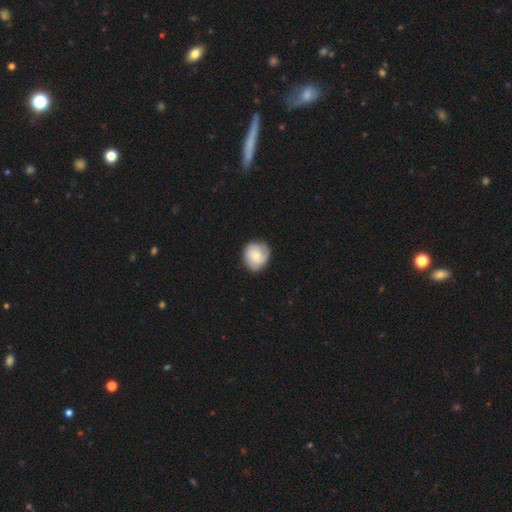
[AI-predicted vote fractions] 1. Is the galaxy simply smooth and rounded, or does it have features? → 56% smooth, 37% featured or disk, 6% star or artifact.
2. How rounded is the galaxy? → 84% round, 15% in between, 1% cigar-shaped.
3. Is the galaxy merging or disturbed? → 77% none, 17% minor disturbance, 4% major disturbance, 1% merger.